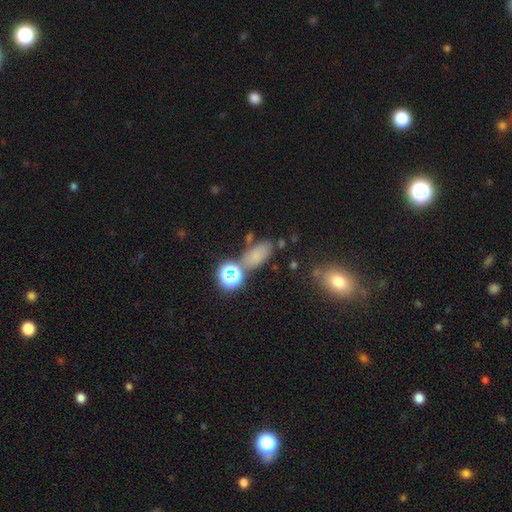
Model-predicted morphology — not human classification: Smooth or featured? smooth (64%)
How rounded? in between (81%)
Merging? none (65%)